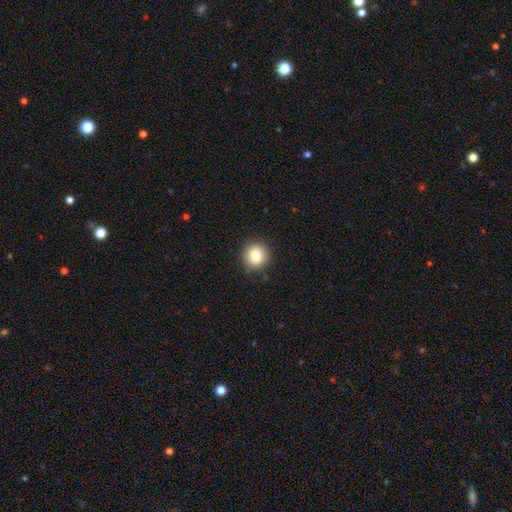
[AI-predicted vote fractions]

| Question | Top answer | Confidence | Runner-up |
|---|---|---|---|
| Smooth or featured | smooth | 81% | star or artifact (10%) |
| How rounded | round | 93% | in between (6%) |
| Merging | none | 90% | minor disturbance (7%) |